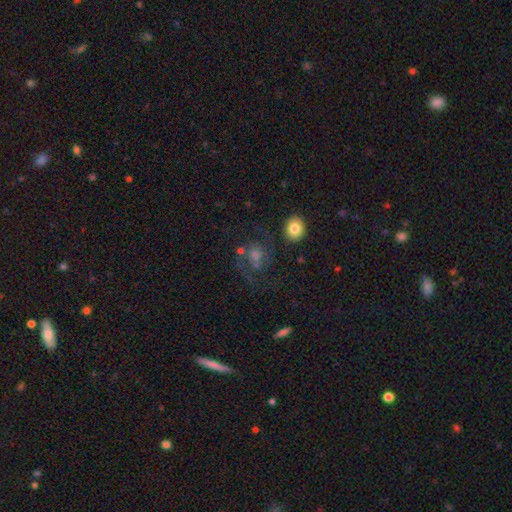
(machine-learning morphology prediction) The model was most divided on "smooth or featured": featured or disk: 51%, smooth: 27%, star or artifact: 22%. More confident: edge-on disk — no (96%); merging — none (54%).